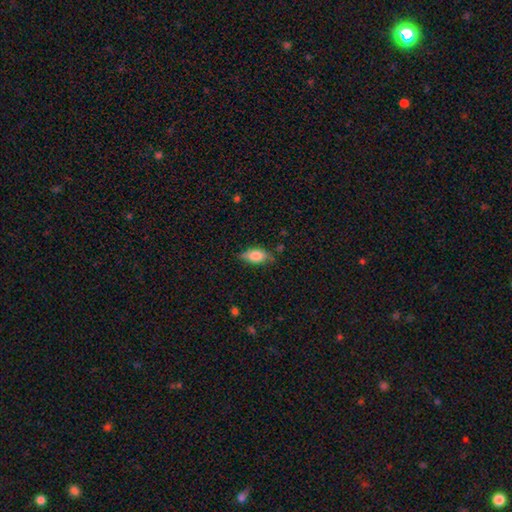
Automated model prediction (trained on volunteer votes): A smooth galaxy with no disk features (77%) that is in between round and cigar-shaped (87%). Merging: none (72%).